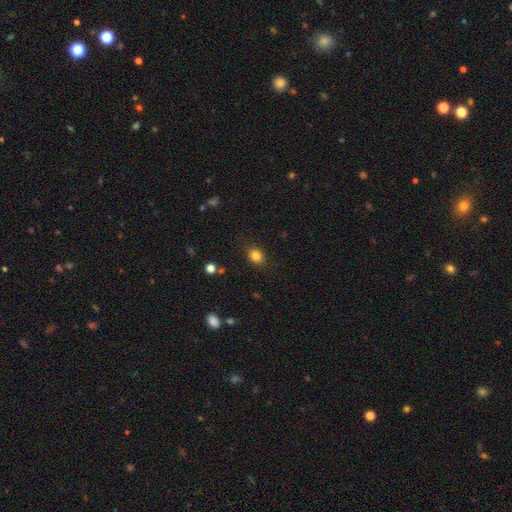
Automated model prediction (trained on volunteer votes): Smooth or featured? Predicted: smooth (p=0.83). How rounded? Predicted: in between (p=0.56). Merging? Predicted: none (p=0.85).